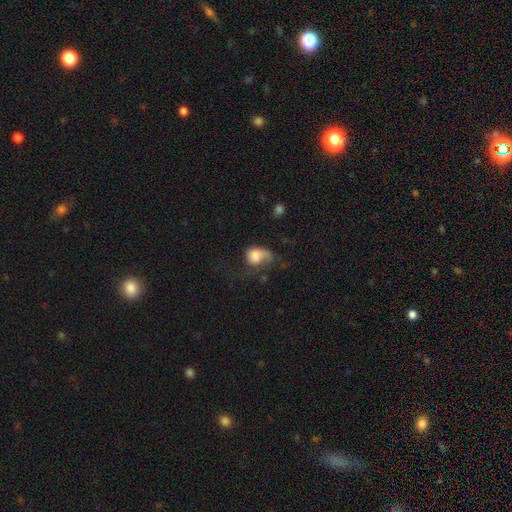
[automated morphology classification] Smooth or featured? Predicted: smooth (p=0.66). How rounded? Predicted: in between (p=0.62). Merging? Predicted: major disturbance (p=0.49).